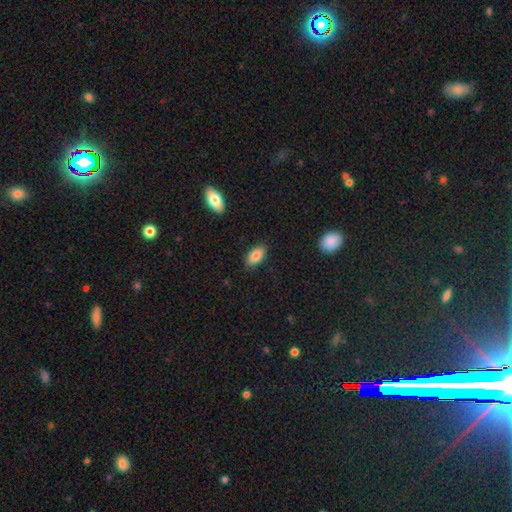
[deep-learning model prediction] Overall: smooth (84%). How rounded: in between (92%). Merging: none (86%).